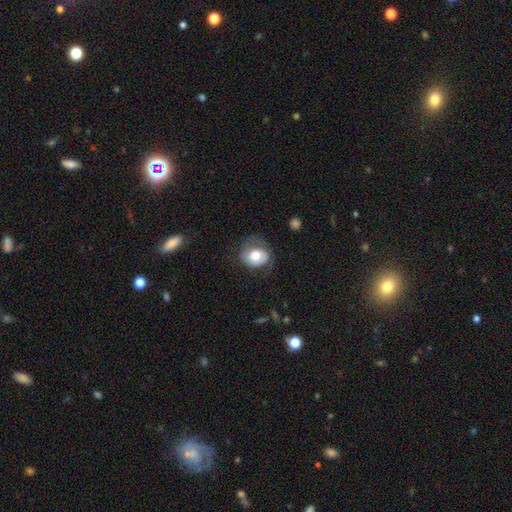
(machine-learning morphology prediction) smooth_or_featured: smooth (p=0.62) [alt: featured or disk p=0.31]
how_rounded: round (p=0.58) [alt: in between p=0.41]
merging: none (p=0.49) [alt: minor disturbance p=0.27]